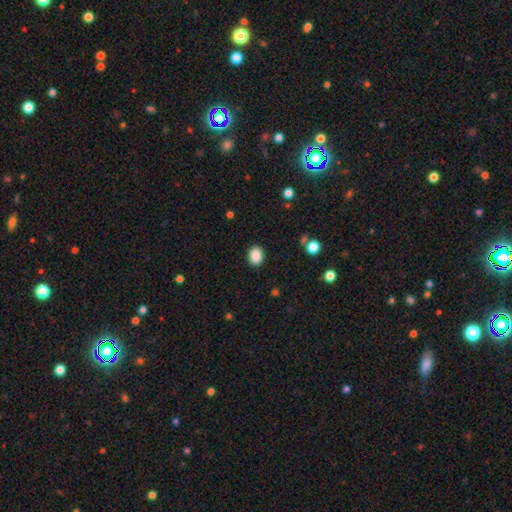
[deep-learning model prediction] Smooth or featured?
  - smooth: 88% *
  - star or artifact: 9%
  - featured or disk: 3%
How rounded?
  - in between: 65% *
  - round: 34%
  - cigar-shaped: 1%
Merging?
  - none: 89% *
  - minor disturbance: 8%
  - major disturbance: 2%
  - merger: 1%